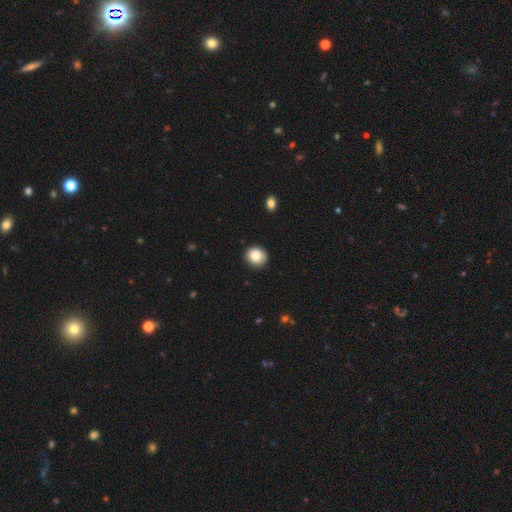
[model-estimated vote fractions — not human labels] Q: Smooth or featured?
A: smooth (86%); runner-up: star or artifact (9%)
Q: How rounded?
A: round (83%); runner-up: in between (16%)
Q: Merging?
A: none (86%); runner-up: minor disturbance (11%)